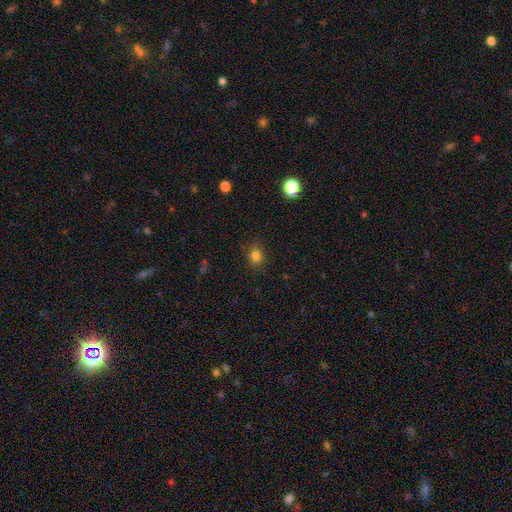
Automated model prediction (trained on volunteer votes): Morphology: type=smooth (81%); roundness=round (62%); merging=none (84%).